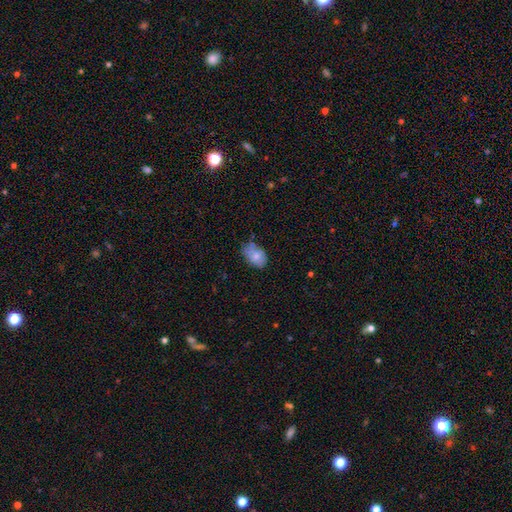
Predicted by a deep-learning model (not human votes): Morphology: type=smooth (76%); roundness=in between (83%); merging=none (54%).